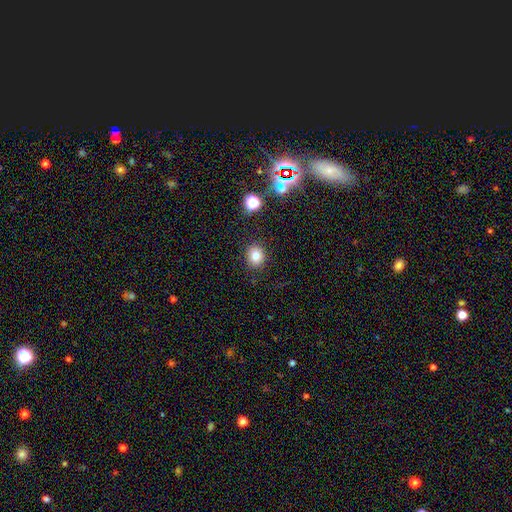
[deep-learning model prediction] Smooth or featured: smooth — 79% (star or artifact — 14%)
How rounded: round — 72% (in between — 27%)
Merging: none — 88% (minor disturbance — 8%)